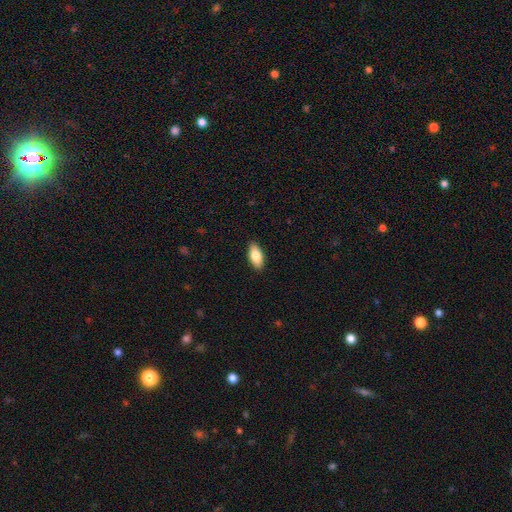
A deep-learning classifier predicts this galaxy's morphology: Smooth or featured?
  - smooth: 80% *
  - featured or disk: 14%
  - star or artifact: 6%
How rounded?
  - in between: 88% *
  - cigar-shaped: 9%
  - round: 3%
Merging?
  - none: 90% *
  - minor disturbance: 8%
  - major disturbance: 2%
  - merger: 1%